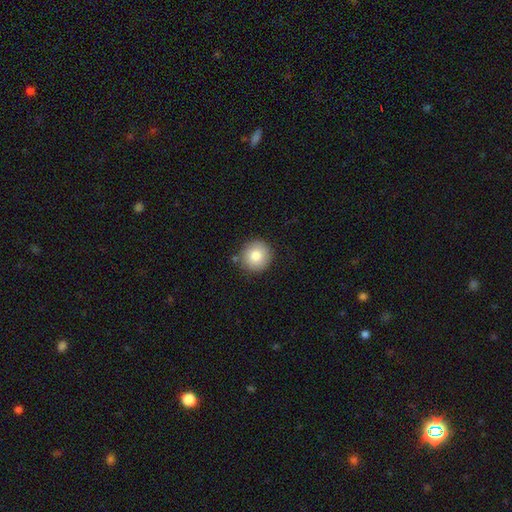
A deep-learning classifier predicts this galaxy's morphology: Q: Smooth or featured?
A: smooth (82%); runner-up: featured or disk (9%)
Q: How rounded?
A: round (94%); runner-up: in between (6%)
Q: Merging?
A: none (85%); runner-up: minor disturbance (10%)